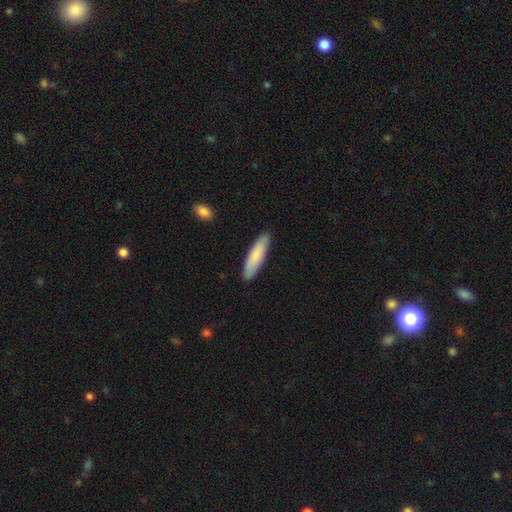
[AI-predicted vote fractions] smooth 81%, featured or disk 14%, star or artifact 5%. Down the decision tree: how rounded — cigar-shaped (76%); merging — none (89%).